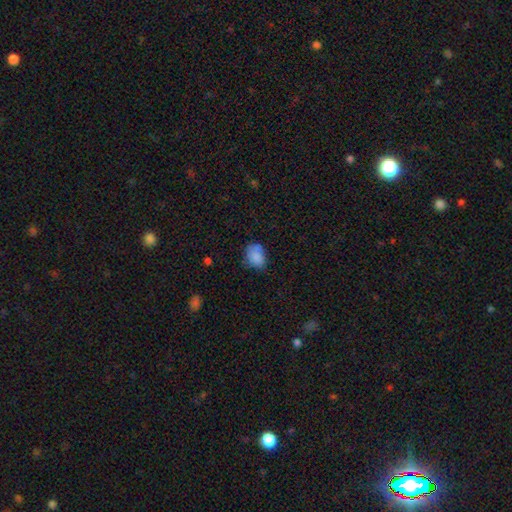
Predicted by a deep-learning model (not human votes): Overall: smooth (81%). How rounded: in between (65%; round 34%). Merging: none (57%; minor disturbance 28%).